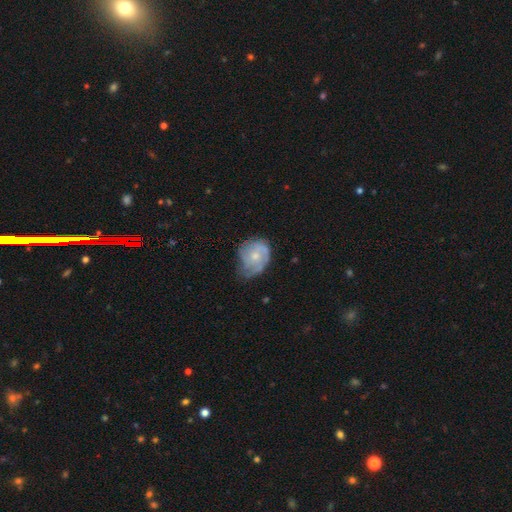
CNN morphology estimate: A featured or disk galaxy (61%) with no bar (82%), spiral arms (75%) and a small central bulge (51%). Merging: none (49%).